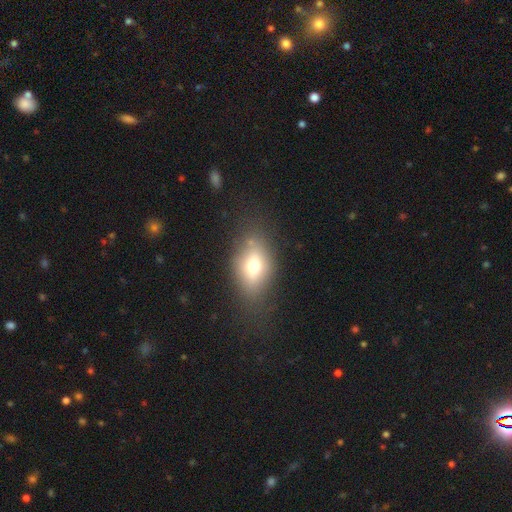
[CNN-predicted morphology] Smooth or featured?
  - smooth: 62% *
  - featured or disk: 20%
  - star or artifact: 18%
How rounded?
  - in between: 79% *
  - round: 12%
  - cigar-shaped: 9%
Merging?
  - none: 82% *
  - minor disturbance: 12%
  - major disturbance: 4%
  - merger: 1%